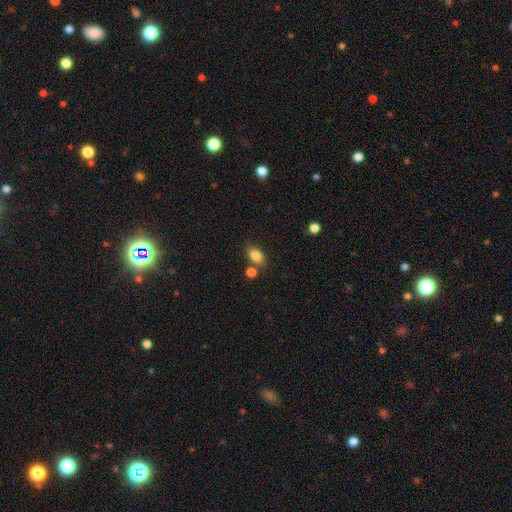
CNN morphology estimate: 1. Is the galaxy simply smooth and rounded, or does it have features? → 84% smooth, 9% star or artifact, 7% featured or disk.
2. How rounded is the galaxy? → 84% in between, 14% round, 2% cigar-shaped.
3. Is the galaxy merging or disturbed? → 71% none, 13% minor disturbance, 12% merger, 4% major disturbance.